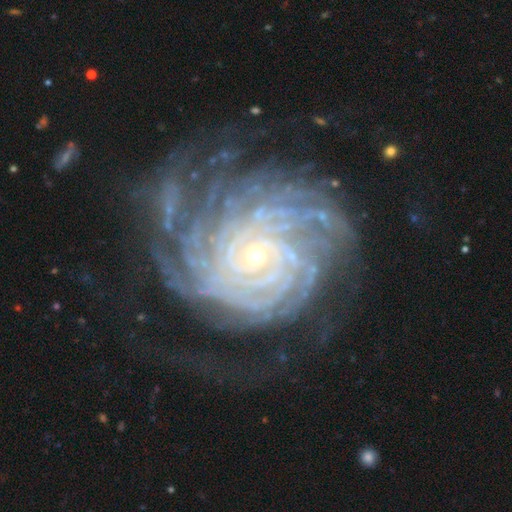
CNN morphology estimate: smooth-or-featured: featured or disk: 91% | star or artifact: 6% | smooth: 4%
  disk-edge-on: no: 97% | yes: 3%
    bar: no: 67% | weak: 22% | strong: 11%
    has-spiral-arms: yes: 98% | no: 2%
      spiral-winding: tight: 85% | medium: 12% | loose: 3%
      spiral-arm-count: more than 4: 41% | can't tell: 18% | 4: 16% | 3: 9% | 2: 9% | 1: 8%
    bulge-size: small: 77% | moderate: 19% | large: 2% | none: 1% | dominant: 1%
  merging: none: 65% | minor disturbance: 18% | major disturbance: 15% | merger: 3%